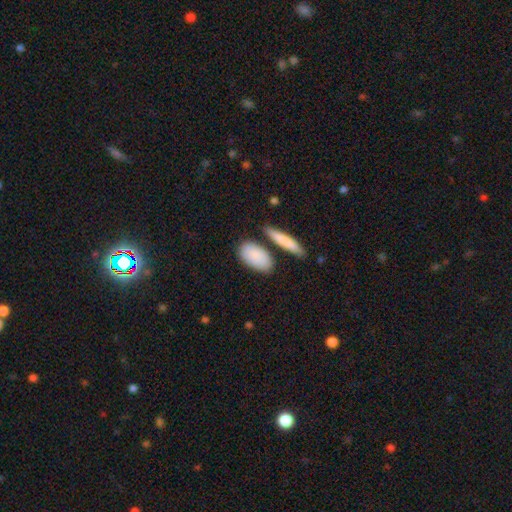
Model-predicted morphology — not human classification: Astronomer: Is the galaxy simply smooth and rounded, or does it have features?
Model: smooth — 86%.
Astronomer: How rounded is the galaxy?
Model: in between — 87%.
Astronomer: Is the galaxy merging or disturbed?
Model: none — 71%.